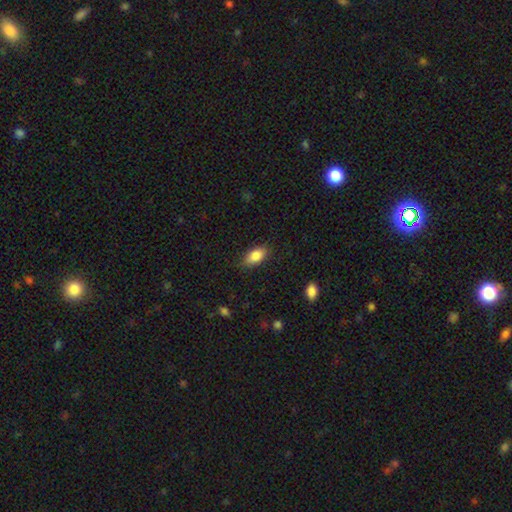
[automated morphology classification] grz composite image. It shows a smooth galaxy with no disk features (84%) that is in between round and cigar-shaped (89%). Merging: none (82%).